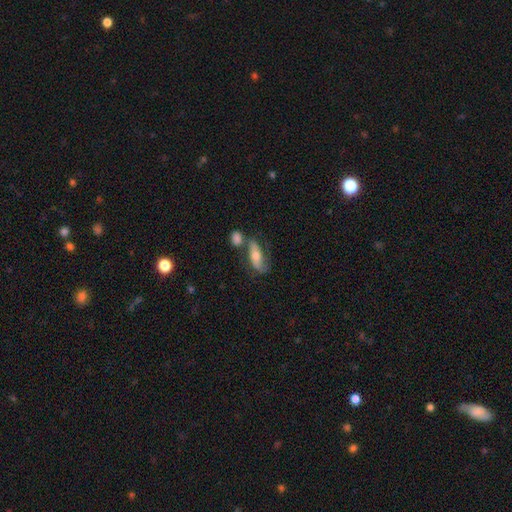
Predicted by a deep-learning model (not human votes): Morphology: type=featured or disk (51%); edge-on=no (69%); merging=none (47%).